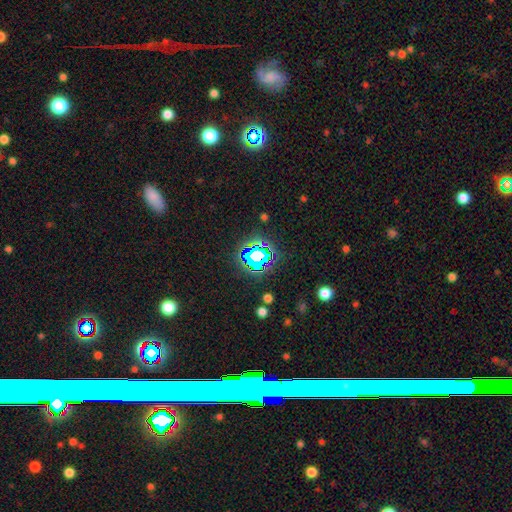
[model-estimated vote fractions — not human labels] This appears to be a star or artifact, not a galaxy (67%).